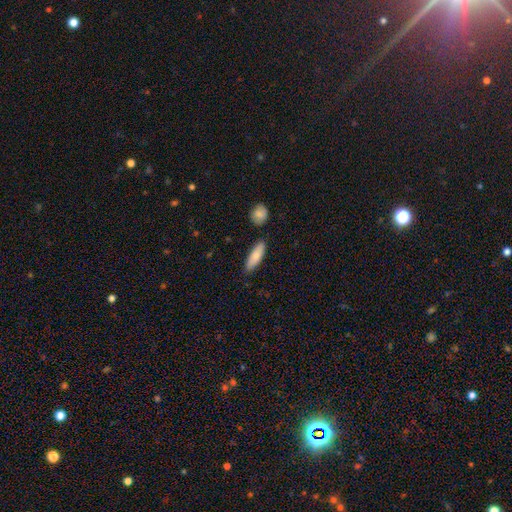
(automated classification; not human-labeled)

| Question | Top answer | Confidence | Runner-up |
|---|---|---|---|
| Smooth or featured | smooth | 84% | featured or disk (11%) |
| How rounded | in between | 50% | cigar-shaped (48%) |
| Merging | none | 82% | minor disturbance (11%) |